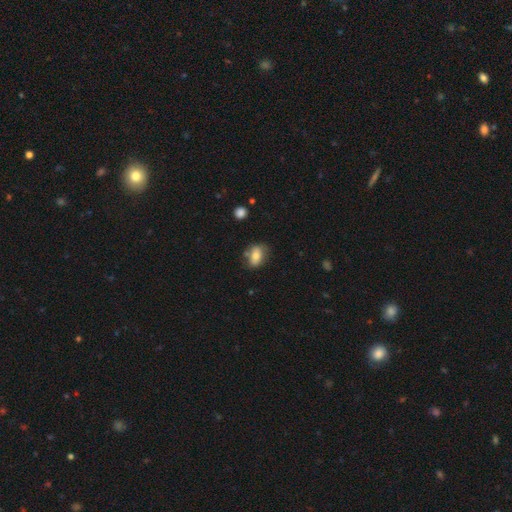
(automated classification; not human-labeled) Q: Smooth or featured?
A: smooth (73%); runner-up: featured or disk (19%)
Q: How rounded?
A: in between (82%); runner-up: round (16%)
Q: Merging?
A: none (61%); runner-up: minor disturbance (24%)